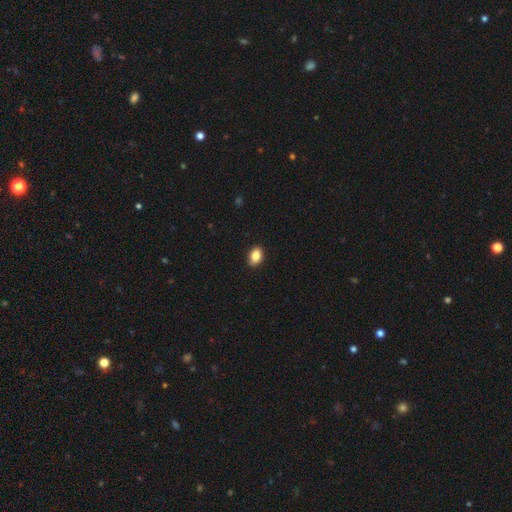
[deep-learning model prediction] Q: Smooth or featured?
A: smooth (85%); runner-up: star or artifact (8%)
Q: How rounded?
A: in between (79%); runner-up: round (20%)
Q: Merging?
A: none (88%); runner-up: minor disturbance (9%)